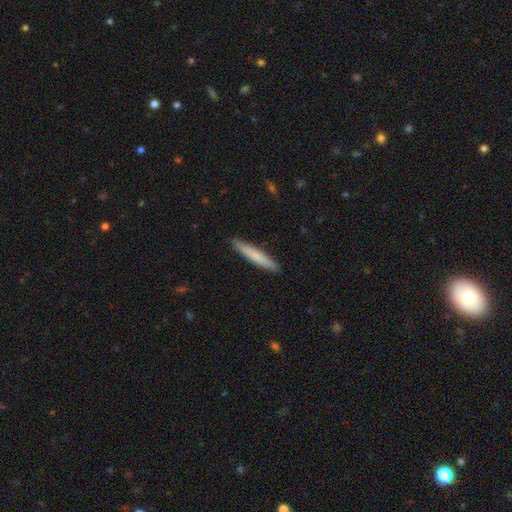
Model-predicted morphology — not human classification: This appears to be a smooth galaxy with no disk features (75%) that is cigar-shaped (95%). Merging: none (91%).